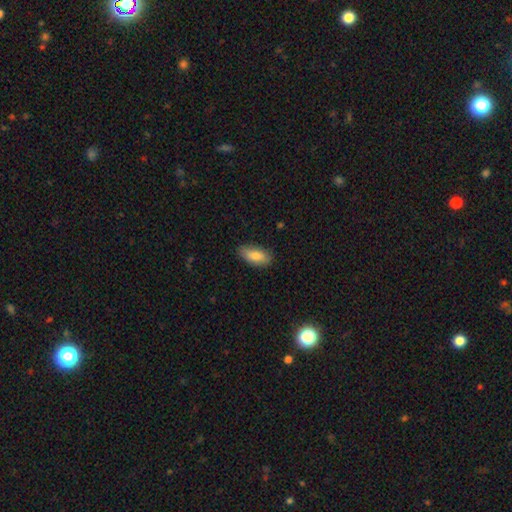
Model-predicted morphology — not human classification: type=smooth (84%); roundness=in between (87%); merging=none (78%).